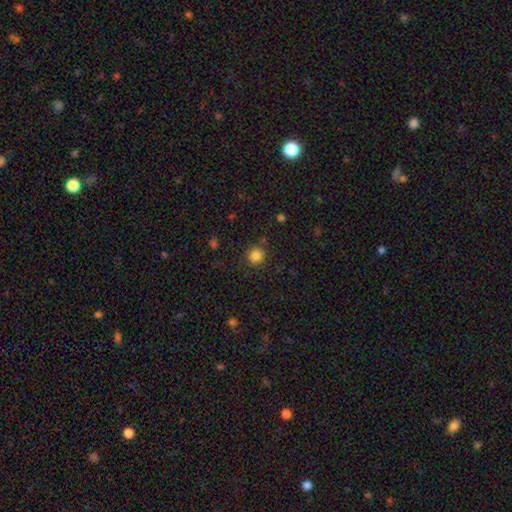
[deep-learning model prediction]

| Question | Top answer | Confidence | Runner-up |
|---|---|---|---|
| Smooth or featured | smooth | 84% | star or artifact (12%) |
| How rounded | round | 92% | in between (7%) |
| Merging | none | 85% | minor disturbance (9%) |